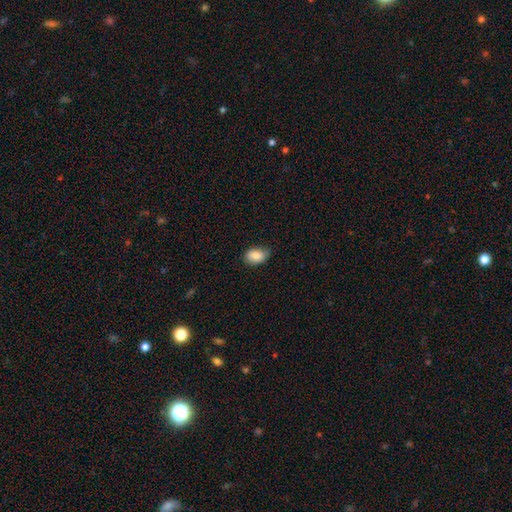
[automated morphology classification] The model was most divided on "merging": none: 73%, minor disturbance: 22%, major disturbance: 3%, merger: 1%. More confident: smooth or featured — smooth (87%); how rounded — in between (87%).